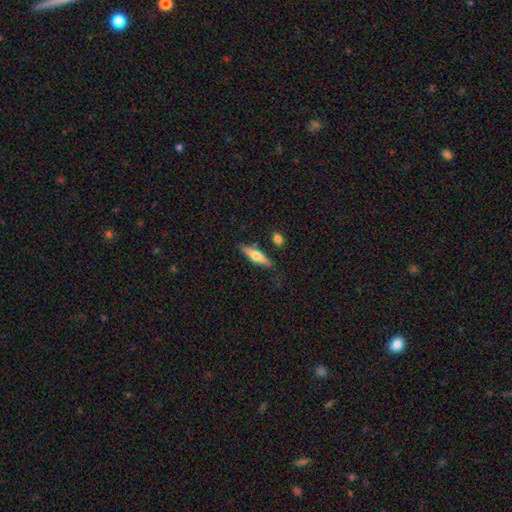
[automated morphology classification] smooth_or_featured: smooth (p=0.49) [alt: featured or disk p=0.46]
merging: none (p=0.76) [alt: minor disturbance p=0.15]